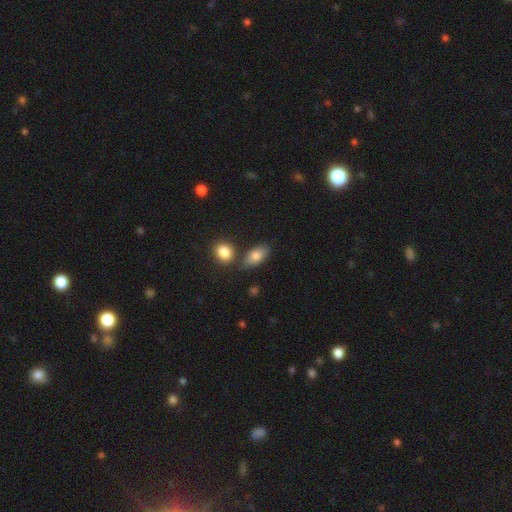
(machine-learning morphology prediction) This is clearly a smooth galaxy (82%). How rounded: clearly in between (88%). Merging: likely none (69%).